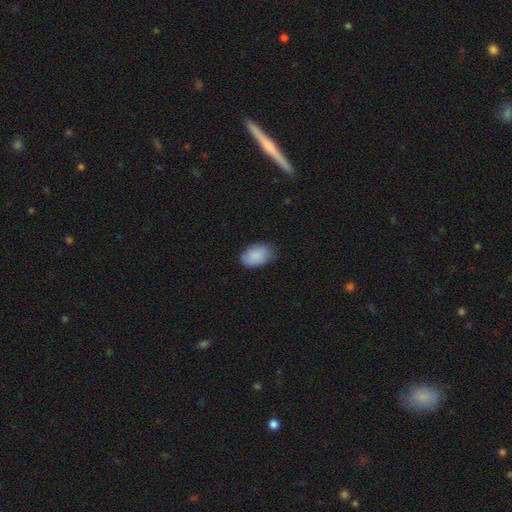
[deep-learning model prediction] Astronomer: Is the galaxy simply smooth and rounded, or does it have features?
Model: smooth — 89%.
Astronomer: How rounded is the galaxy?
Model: in between — 86%.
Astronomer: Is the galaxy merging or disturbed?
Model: none — 75%.